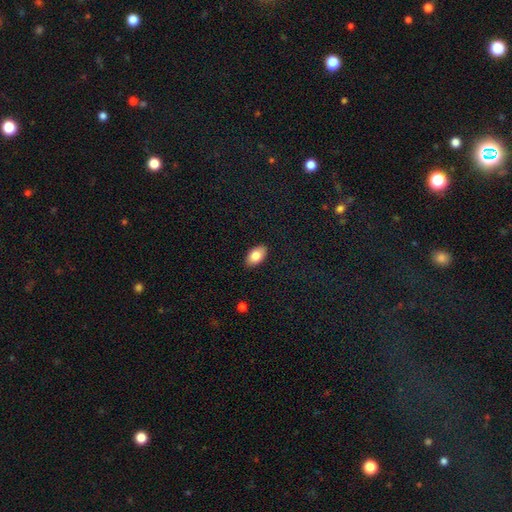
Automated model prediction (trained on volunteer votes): This appears to be a smooth galaxy with no disk features (83%) that is in between round and cigar-shaped (94%). Merging: none (88%).